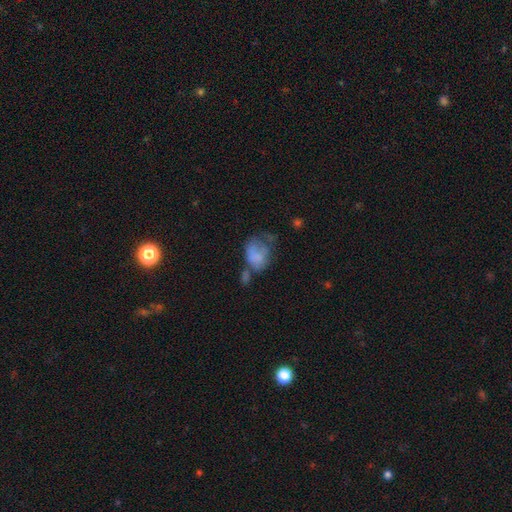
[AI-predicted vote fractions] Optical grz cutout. It shows a smooth galaxy with no disk features (68%) that is in between round and cigar-shaped (68%). Merging: major disturbance (35%).